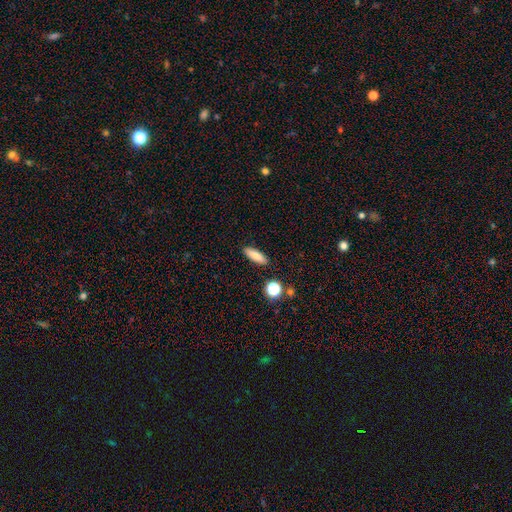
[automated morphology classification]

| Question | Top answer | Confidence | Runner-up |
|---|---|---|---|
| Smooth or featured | smooth | 81% | featured or disk (10%) |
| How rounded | in between | 52% | cigar-shaped (44%) |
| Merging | none | 88% | minor disturbance (8%) |